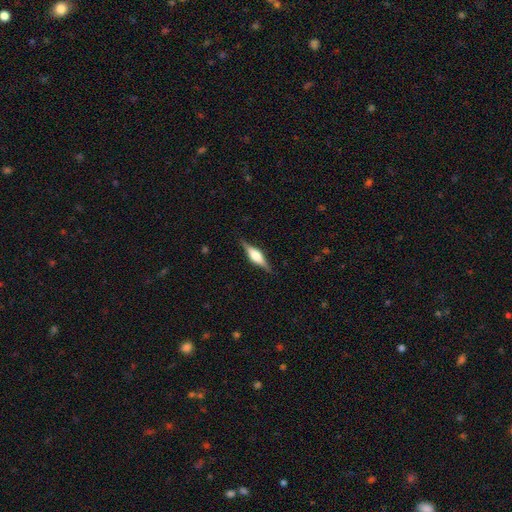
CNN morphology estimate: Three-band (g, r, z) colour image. It shows a featured or disk galaxy (70%) viewed edge-on (97%) with a rounded central bulge (83%). Merging: none (87%).